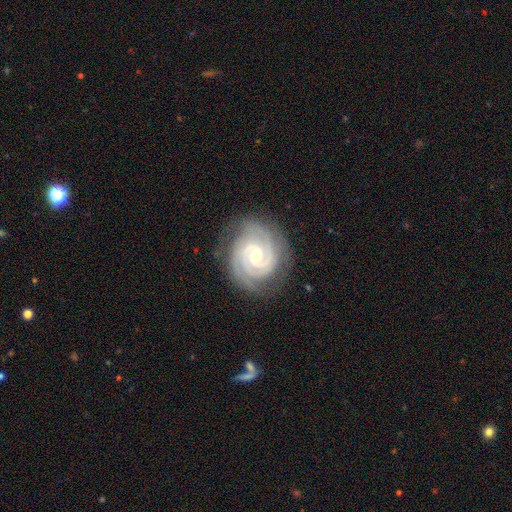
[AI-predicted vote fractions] This is clearly a featured or disk galaxy (91%). It is clearly not viewed edge-on (98%). Bar: possibly no (46%). Spiral arm pattern: clearly yes (99%). Spiral arm count: possibly 2 (59%). Spiral winding: likely tight (80%). Central bulge: possibly small (58%). Merging: clearly none (82%).